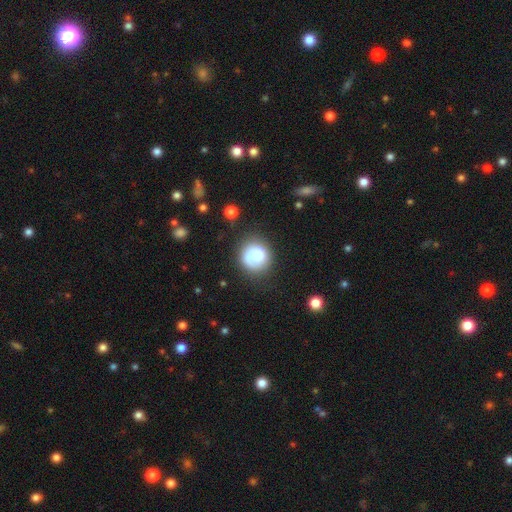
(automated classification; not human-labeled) Smooth or featured?
  - smooth: 70% *
  - featured or disk: 22%
  - star or artifact: 8%
How rounded?
  - round: 88% *
  - in between: 11%
  - cigar-shaped: 1%
Merging?
  - none: 68% *
  - minor disturbance: 19%
  - major disturbance: 9%
  - merger: 4%